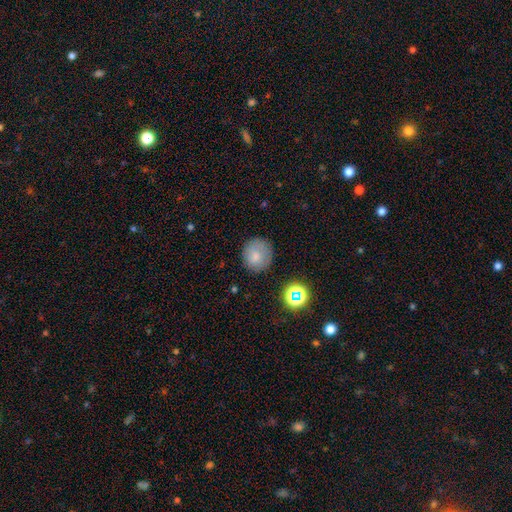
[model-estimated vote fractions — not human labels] This appears to be a smooth galaxy with no disk features (78%) that is round (84%). Merging: none (79%).